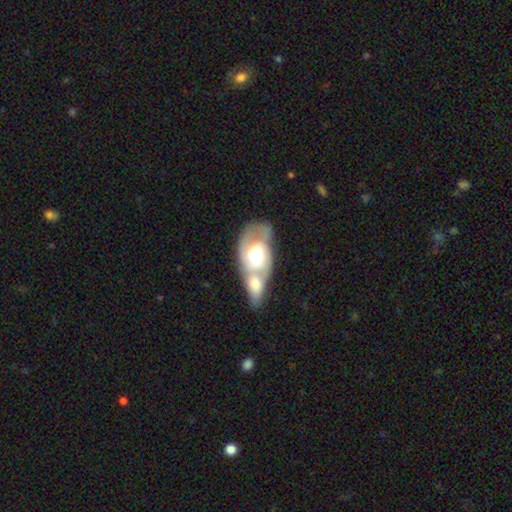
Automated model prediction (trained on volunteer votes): Overall: featured or disk (61%; smooth 33%). Edge-on disk: no (93%). Bar: no (71%). Spiral arms: yes (64%; no 36%). Bulge size: moderate (47%; large 35%). Merging: merger (68%).